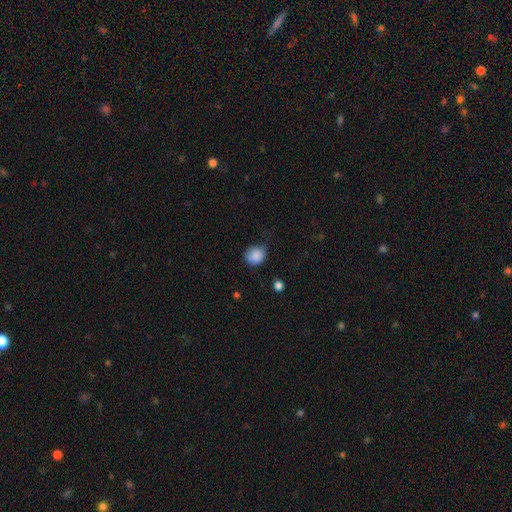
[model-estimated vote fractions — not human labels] smooth_or_featured: smooth (p=0.86) [alt: star or artifact p=0.09]
how_rounded: round (p=0.66) [alt: in between p=0.33]
merging: none (p=0.57) [alt: minor disturbance p=0.33]